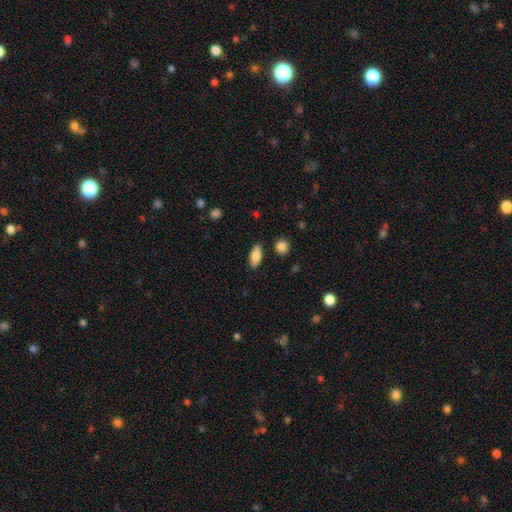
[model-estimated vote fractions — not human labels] Smooth or featured? smooth (83%)
How rounded? in between (78%)
Merging? none (86%)